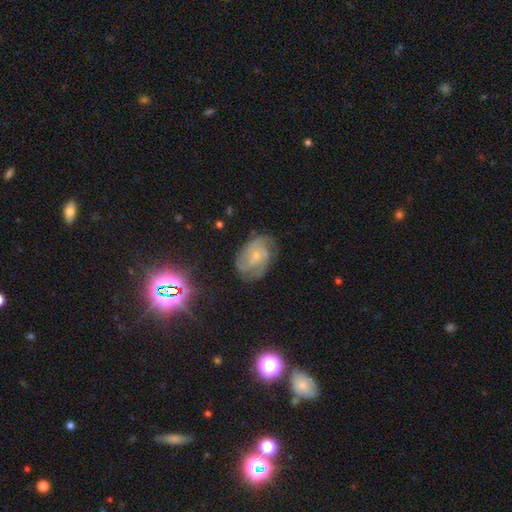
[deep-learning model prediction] This is likely a featured or disk galaxy (76%). It is clearly not viewed edge-on (97%). Bar: likely no (67%). Spiral arm pattern: clearly yes (93%). Spiral arm count: marginally can't tell (29%). Spiral winding: possibly tight (49%). Central bulge: likely small (74%). Merging: likely none (68%).